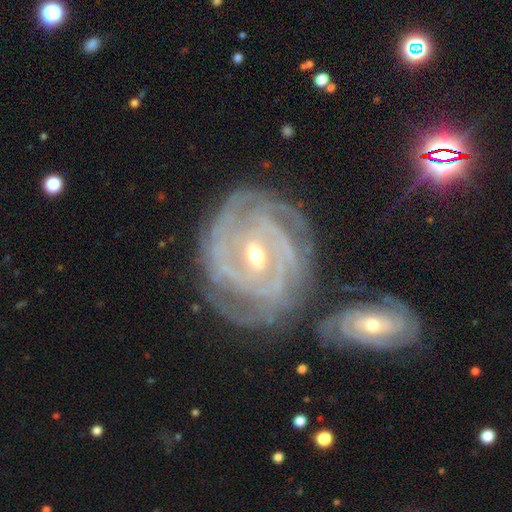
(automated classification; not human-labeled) Smooth or featured: featured or disk — 91% (star or artifact — 5%)
Edge-on disk: no — 97% (yes — 3%)
Bar: weak — 43% (strong — 31%)
Spiral arms: yes — 97% (no — 3%)
Spiral winding: tight — 81% (medium — 16%)
Spiral arm count: 3 — 26% (can't tell — 24%)
Bulge size: moderate — 59% (small — 38%)
Merging: none — 66% (minor disturbance — 15%)